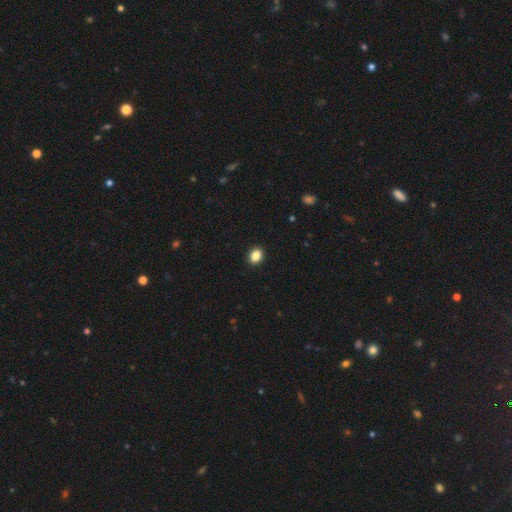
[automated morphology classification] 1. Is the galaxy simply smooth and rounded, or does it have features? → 87% smooth, 10% star or artifact, 4% featured or disk.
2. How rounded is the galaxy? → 58% in between, 41% round, 1% cigar-shaped.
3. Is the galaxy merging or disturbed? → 92% none, 6% minor disturbance, 2% major disturbance, 1% merger.